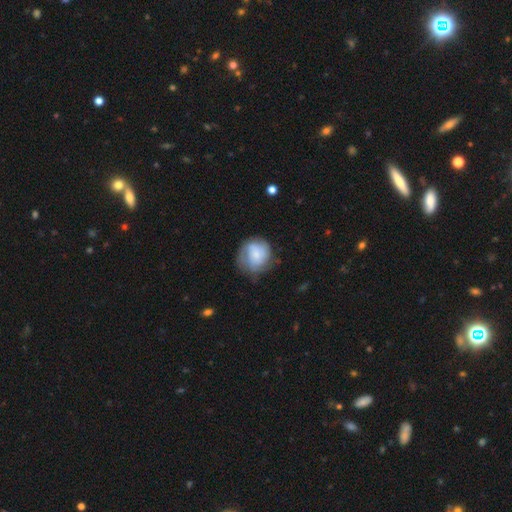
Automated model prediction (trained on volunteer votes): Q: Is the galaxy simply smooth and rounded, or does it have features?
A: smooth — 55%.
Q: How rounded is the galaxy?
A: round — 81%.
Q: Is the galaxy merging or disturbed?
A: none — 59%.